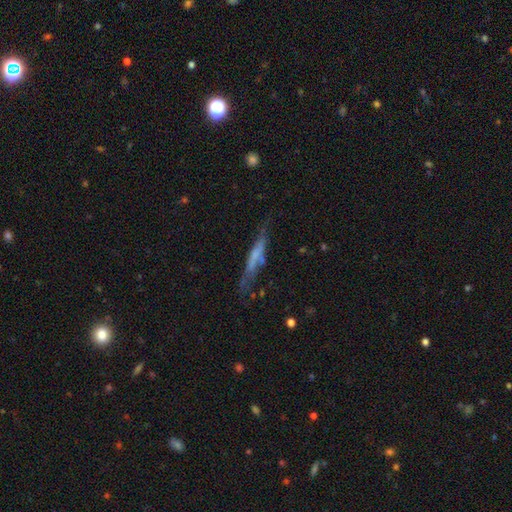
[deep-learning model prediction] Q: Smooth or featured?
A: featured or disk (50%); runner-up: smooth (42%)
Q: Merging?
A: none (59%); runner-up: minor disturbance (25%)